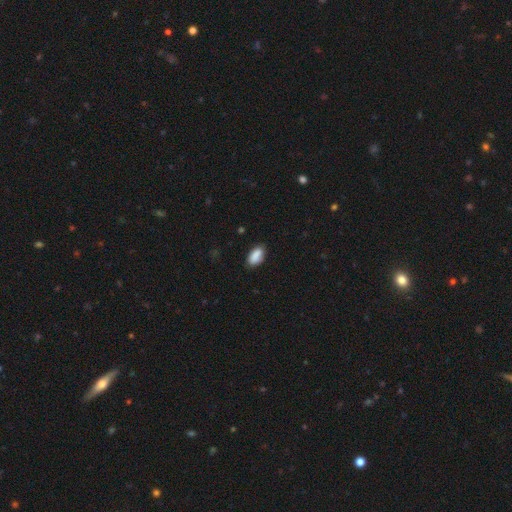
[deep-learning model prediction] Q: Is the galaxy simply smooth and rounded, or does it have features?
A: smooth — 87%.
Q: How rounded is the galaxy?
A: in between — 92%.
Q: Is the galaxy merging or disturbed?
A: none — 77%.